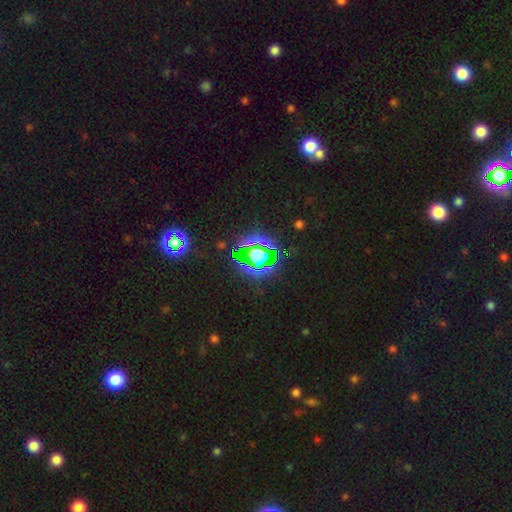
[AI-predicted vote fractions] smooth_or_featured: star or artifact (p=0.52) [alt: smooth p=0.24]